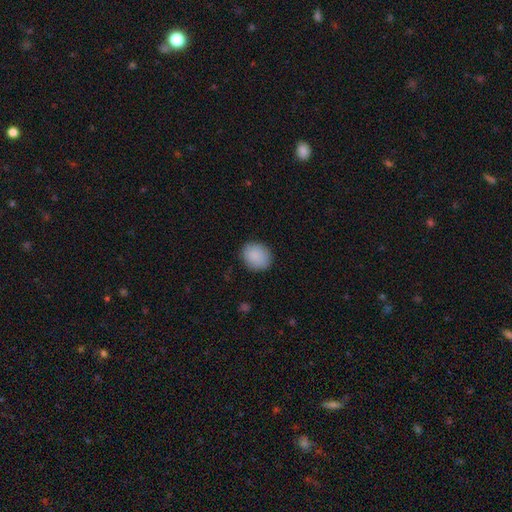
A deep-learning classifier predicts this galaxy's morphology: A smooth galaxy with no disk features (88%) that is round (69%).

Vote fractions:
- Smooth or featured? smooth: 88% / star or artifact: 7% / featured or disk: 5%
- How rounded? round: 69% / in between: 30% / cigar-shaped: 1%
- Merging? none: 86% / minor disturbance: 11% / major disturbance: 3% / merger: 1%